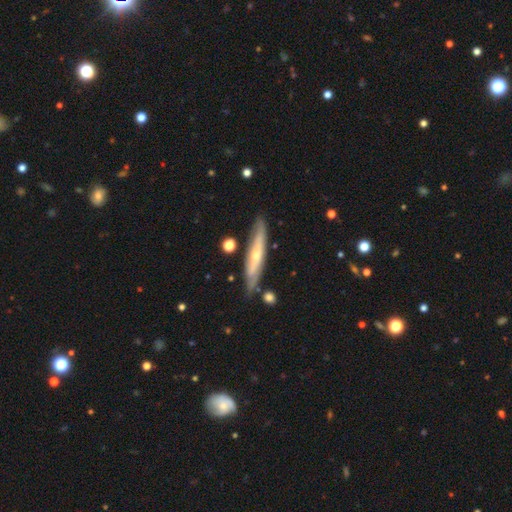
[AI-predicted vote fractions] The model was most divided on "smooth or featured": featured or disk: 62%, smooth: 32%, star or artifact: 6%. More confident: merging — none (80%); edge-on disk — yes (80%).